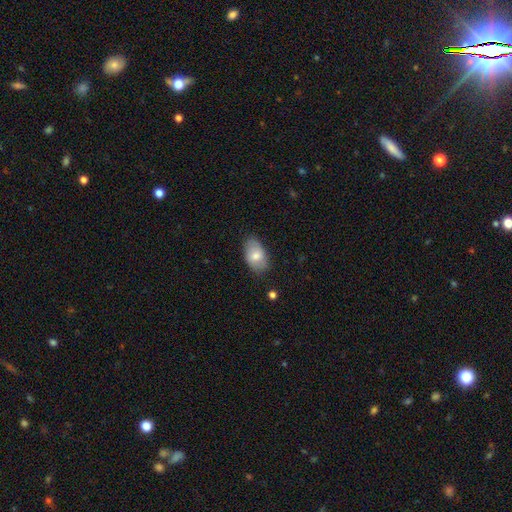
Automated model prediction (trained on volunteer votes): Smooth or featured?
  - smooth: 76% *
  - featured or disk: 18%
  - star or artifact: 6%
How rounded?
  - in between: 92% *
  - round: 6%
  - cigar-shaped: 1%
Merging?
  - none: 77% *
  - minor disturbance: 18%
  - major disturbance: 3%
  - merger: 1%